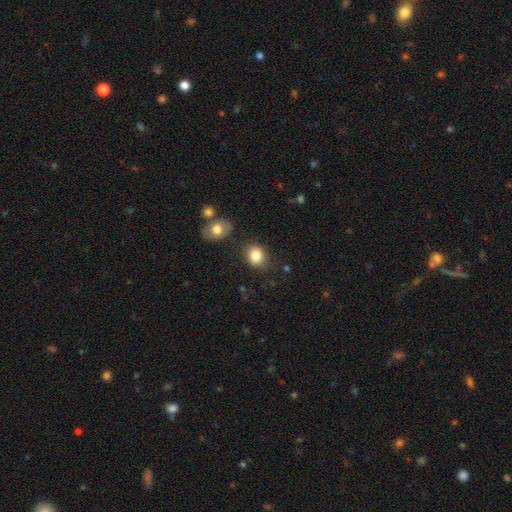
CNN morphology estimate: smooth-or-featured: smooth: 83% | star or artifact: 10% | featured or disk: 7%
  how-rounded: round: 60% | in between: 39% | cigar-shaped: 1%
  merging: none: 81% | minor disturbance: 12% | merger: 4% | major disturbance: 3%